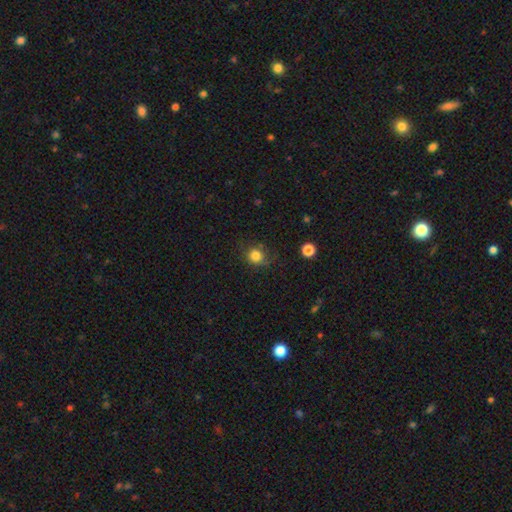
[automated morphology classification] This is clearly a smooth galaxy (82%). How rounded: clearly round (85%). Merging: likely none (74%).